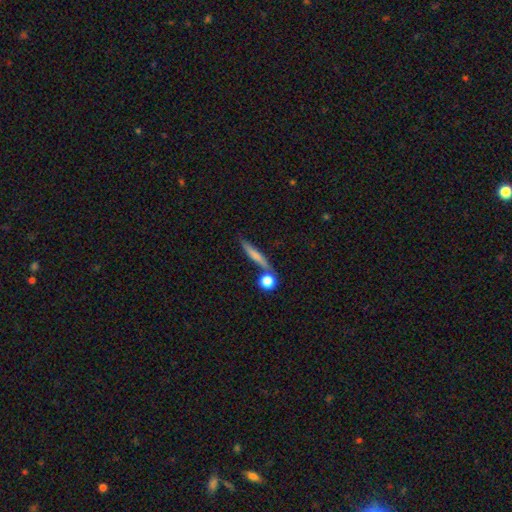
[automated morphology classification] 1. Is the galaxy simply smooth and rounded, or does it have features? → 59% smooth, 33% featured or disk, 8% star or artifact.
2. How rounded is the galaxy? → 83% cigar-shaped, 10% in between, 7% round.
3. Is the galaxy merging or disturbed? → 70% none, 13% merger, 12% minor disturbance, 4% major disturbance.